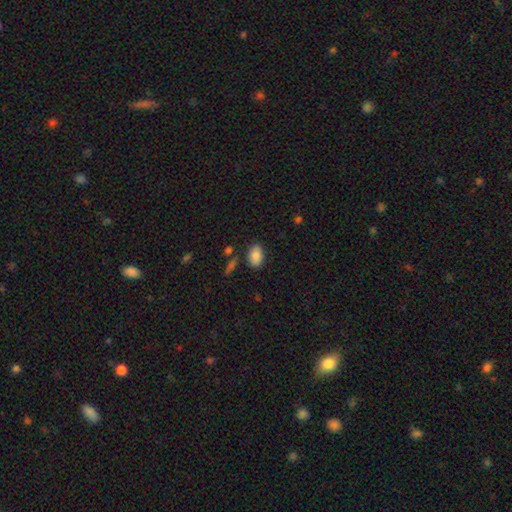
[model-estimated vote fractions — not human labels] smooth_or_featured: smooth (p=0.84) [alt: featured or disk p=0.08]
how_rounded: in between (p=0.87) [alt: round p=0.11]
merging: none (p=0.79) [alt: minor disturbance p=0.13]